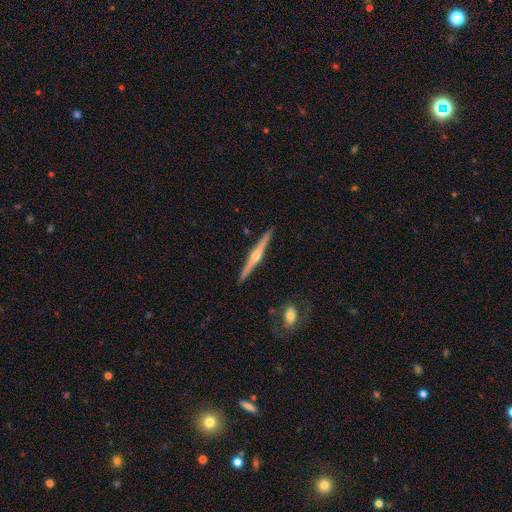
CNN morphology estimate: Smooth or featured?
  - featured or disk: 79% *
  - smooth: 16%
  - star or artifact: 5%
Edge-on disk?
  - yes: 98% *
  - no: 2%
Edge-on bulge?
  - rounded: 93% *
  - none: 4%
  - boxy: 3%
Merging?
  - none: 91% *
  - minor disturbance: 6%
  - merger: 1%
  - major disturbance: 1%